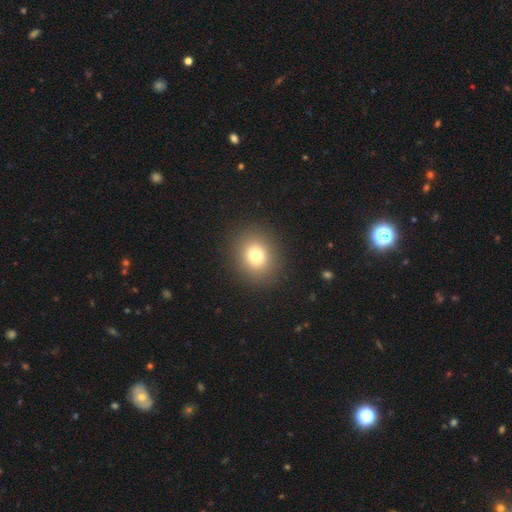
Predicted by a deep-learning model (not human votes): Morphology: type=smooth (78%); roundness=round (70%); merging=none (90%).